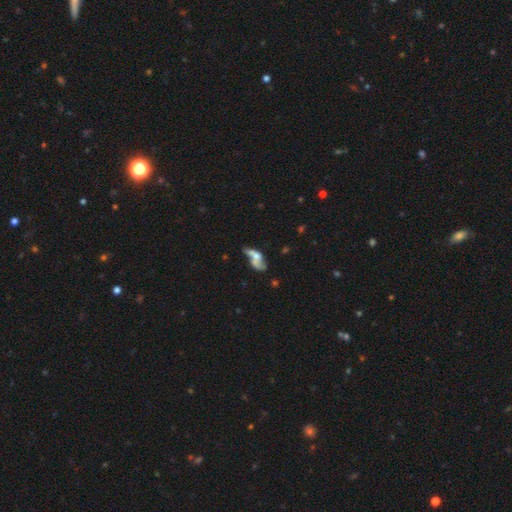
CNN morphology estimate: smooth_or_featured: featured or disk (p=0.51) [alt: smooth p=0.38]
disk_edge_on: no (p=0.89) [alt: yes p=0.11]
merging: merger (p=0.45) [alt: major disturbance p=0.22]